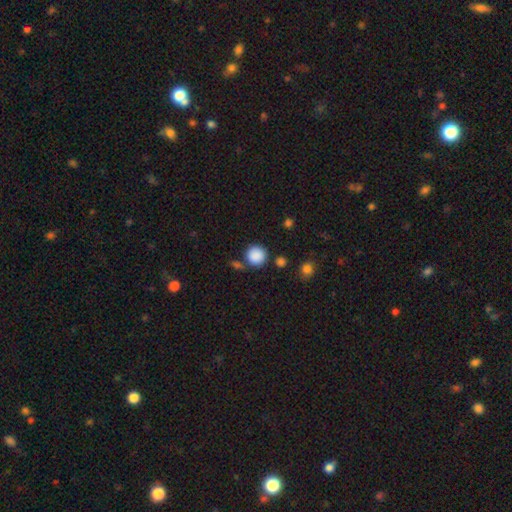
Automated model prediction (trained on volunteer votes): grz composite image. It shows a smooth galaxy with no disk features (87%) that is round (92%). Merging: none (77%).